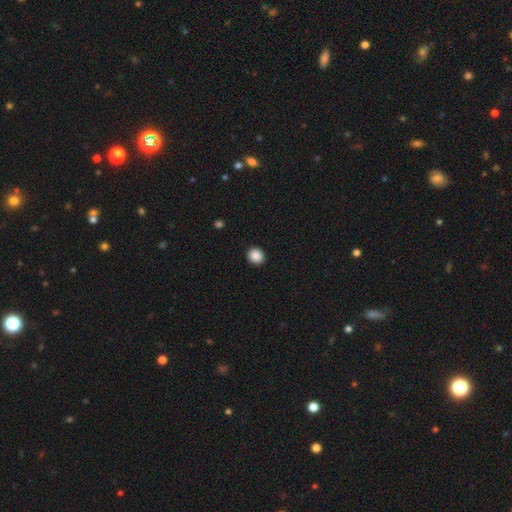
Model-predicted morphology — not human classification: Smooth or featured? smooth (88%)
How rounded? round (80%)
Merging? none (92%)